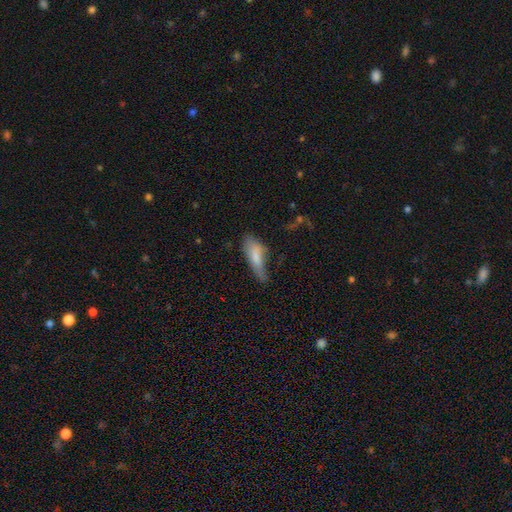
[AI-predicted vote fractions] Morphology: type=smooth (74%); roundness=in between (53%); merging=minor disturbance (37%).